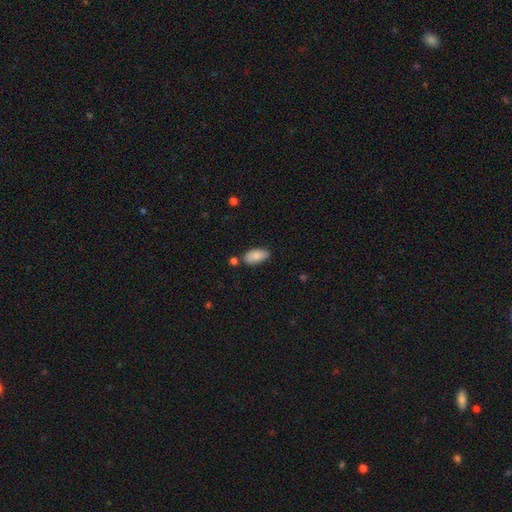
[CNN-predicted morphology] Smooth or featured: smooth — 86% (featured or disk — 8%)
How rounded: in between — 93% (cigar-shaped — 5%)
Merging: none — 74% (minor disturbance — 16%)